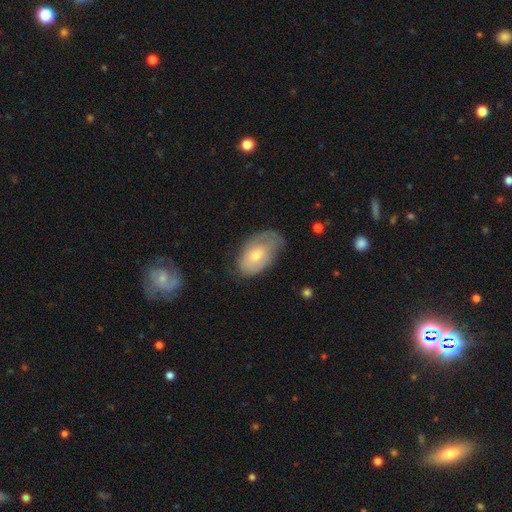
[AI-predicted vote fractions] Smooth or featured? Predicted: smooth (p=0.61). How rounded? Predicted: in between (p=0.92). Merging? Predicted: none (p=0.49).